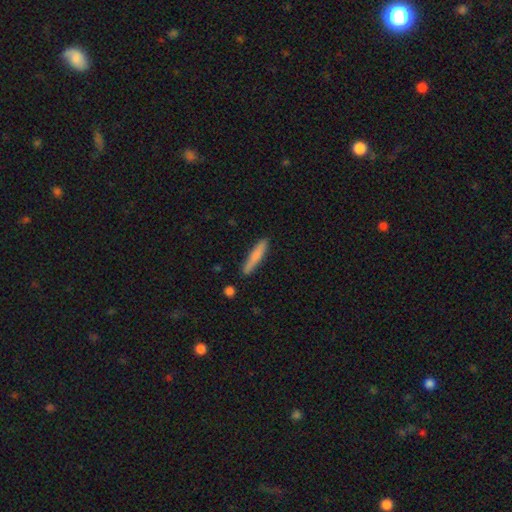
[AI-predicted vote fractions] Overall: smooth (76%). How rounded: cigar-shaped (92%). Merging: none (86%).